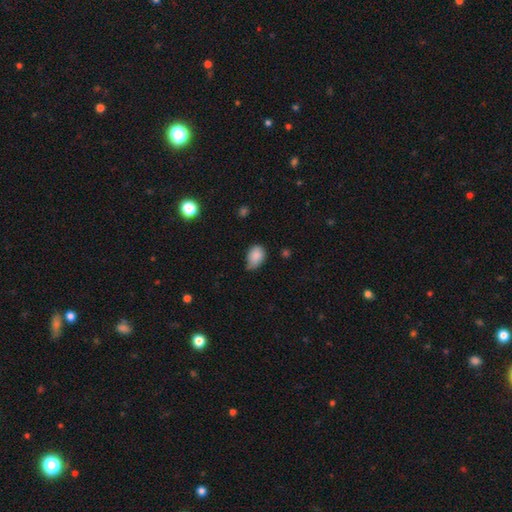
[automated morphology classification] A smooth galaxy with no disk features (86%) that is in between round and cigar-shaped (78%). Merging: minor disturbance (48%).